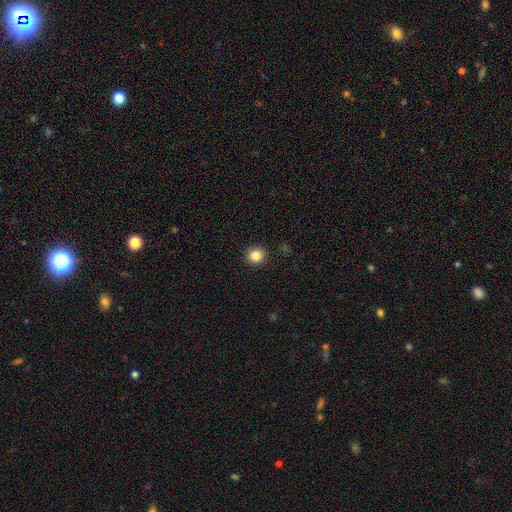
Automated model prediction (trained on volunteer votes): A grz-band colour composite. It shows a smooth galaxy with no disk features (85%) that is round (92%). Merging: none (92%).